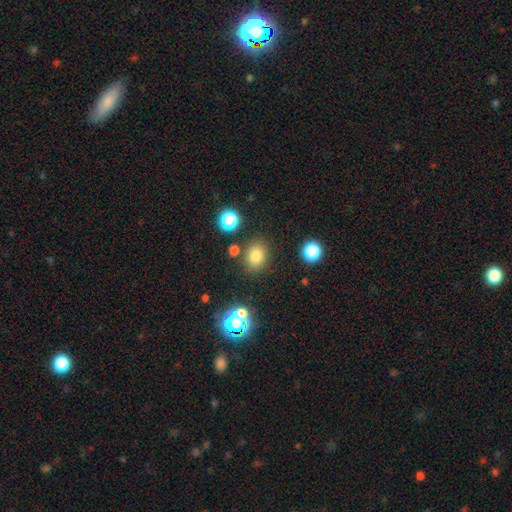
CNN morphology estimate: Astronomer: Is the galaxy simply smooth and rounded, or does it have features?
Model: smooth — 77%.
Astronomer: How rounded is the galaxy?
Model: round — 60% (runner-up: in between, 39%).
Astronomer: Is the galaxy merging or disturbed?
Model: none — 81%.